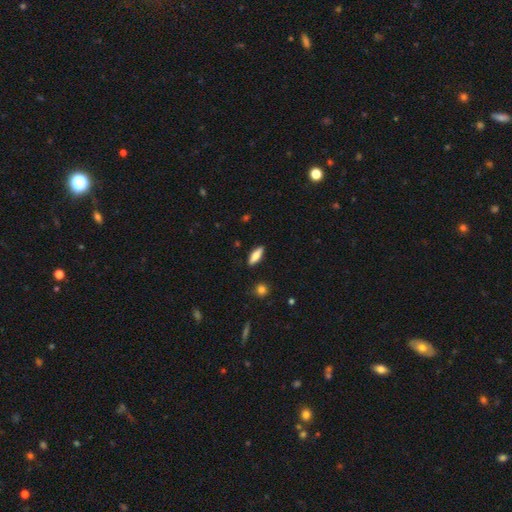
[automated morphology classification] smooth-or-featured: smooth: 70% | featured or disk: 23% | star or artifact: 7%
  how-rounded: in between: 53% | cigar-shaped: 45% | round: 3%
  merging: none: 89% | minor disturbance: 8% | major disturbance: 2% | merger: 1%